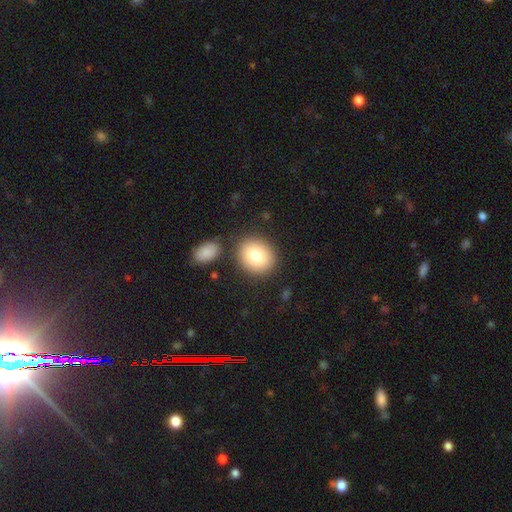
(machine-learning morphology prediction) This appears to be a smooth galaxy with no disk features (82%) that is round (67%). Merging: none (80%).